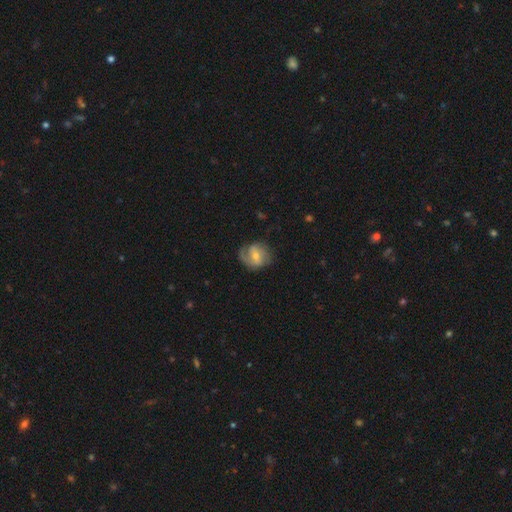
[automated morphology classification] smooth_or_featured: featured or disk (p=0.67) [alt: smooth p=0.26]
disk_edge_on: no (p=0.97) [alt: yes p=0.03]
bar: weak (p=0.48) [alt: no p=0.37]
has_spiral_arms: yes (p=0.88) [alt: no p=0.12]
spiral_winding: medium (p=0.44) [alt: tight p=0.32]
spiral_arm_count: 2 (p=0.50) [alt: can't tell p=0.18]
bulge_size: small (p=0.48) [alt: moderate p=0.46]
merging: none (p=0.63) [alt: minor disturbance p=0.22]